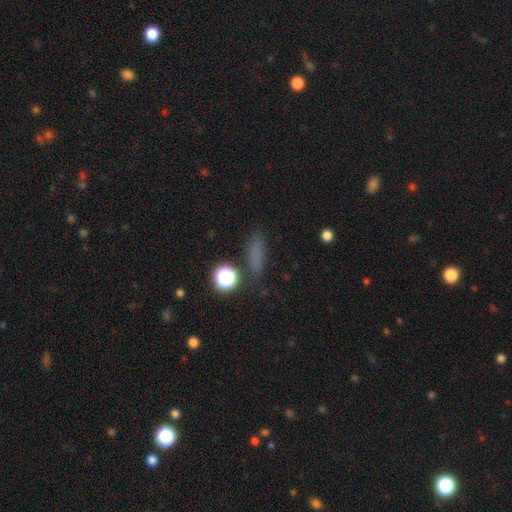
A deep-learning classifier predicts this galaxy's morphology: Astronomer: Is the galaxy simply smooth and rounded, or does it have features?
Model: smooth — 65%.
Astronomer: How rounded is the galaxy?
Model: cigar-shaped — 44% (runner-up: in between, 40%).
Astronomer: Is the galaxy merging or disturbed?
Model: none — 77%.